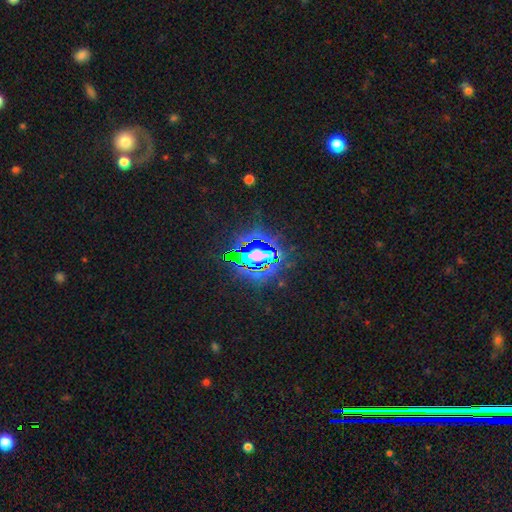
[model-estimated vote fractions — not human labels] A star or artifact, not a galaxy (71%).

Vote fractions:
- Smooth or featured? star or artifact: 71% / smooth: 15% / featured or disk: 14%